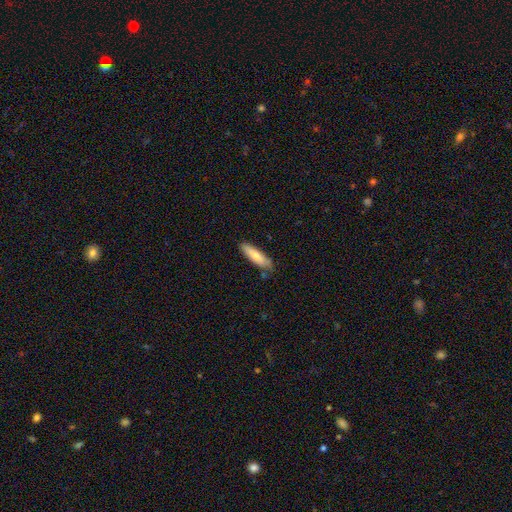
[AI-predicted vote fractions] Overall: smooth (75%). How rounded: cigar-shaped (64%; in between 34%). Merging: none (77%).